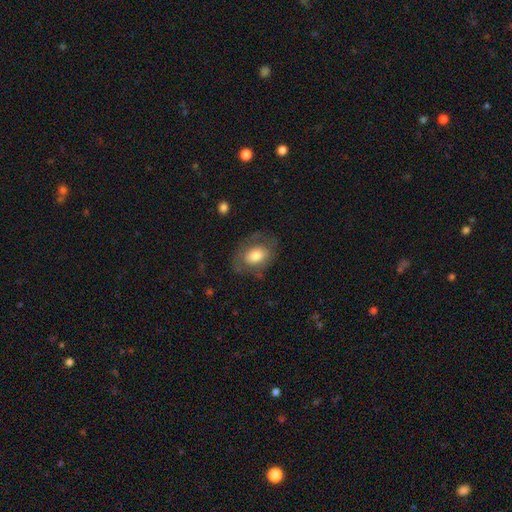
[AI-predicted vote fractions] Smooth or featured? Predicted: smooth (p=0.65). How rounded? Predicted: in between (p=0.73). Merging? Predicted: none (p=0.63).